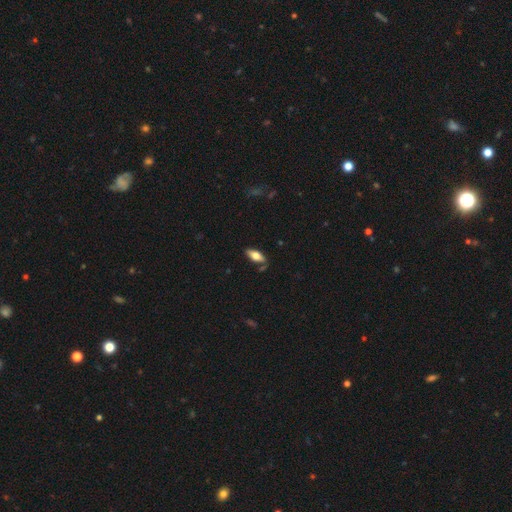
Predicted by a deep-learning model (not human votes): This is likely a smooth galaxy (64%). How rounded: likely in between (80%). Merging: likely none (76%).